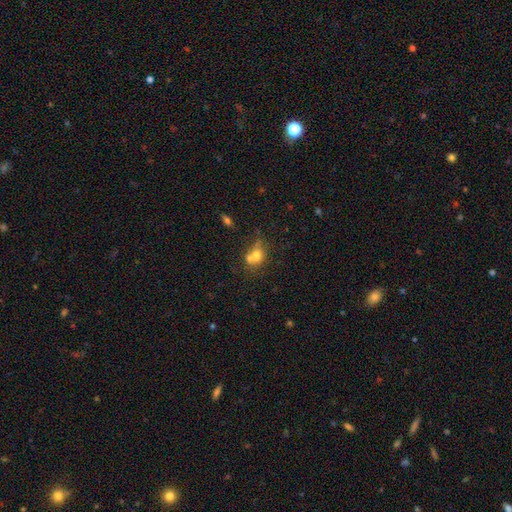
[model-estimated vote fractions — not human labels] smooth_or_featured: smooth (p=0.68) [alt: featured or disk p=0.19]
how_rounded: round (p=0.62) [alt: in between p=0.36]
merging: merger (p=0.50) [alt: none p=0.34]